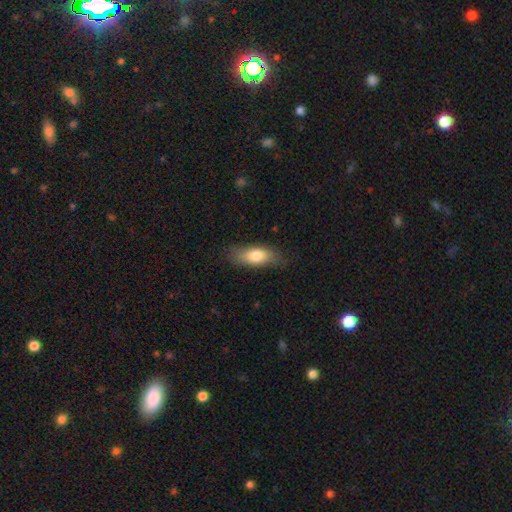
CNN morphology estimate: Overall: smooth (79%). How rounded: in between (76%). Merging: none (76%).